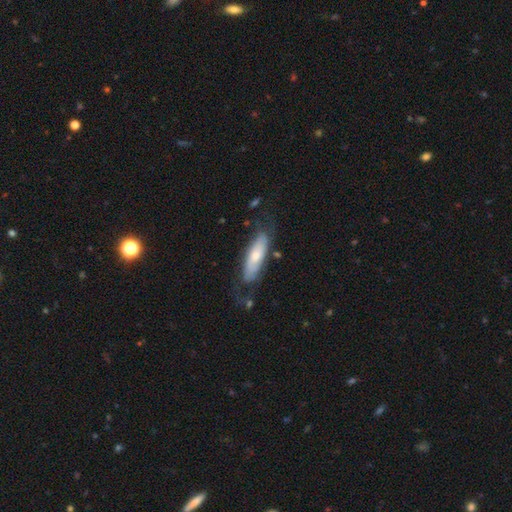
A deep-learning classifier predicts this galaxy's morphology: A smooth galaxy with no disk features (56%) that is in between round and cigar-shaped (51%).

Vote fractions:
- Smooth or featured? smooth: 56% / featured or disk: 38% / star or artifact: 6%
- How rounded? in between: 51% / cigar-shaped: 47% / round: 2%
- Merging? none: 61% / minor disturbance: 24% / major disturbance: 12% / merger: 3%